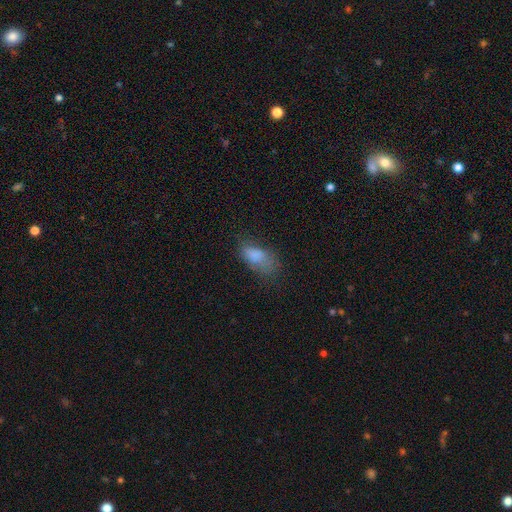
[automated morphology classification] Smooth or featured? Predicted: smooth (p=0.76). How rounded? Predicted: in between (p=0.90). Merging? Predicted: none (p=0.42).